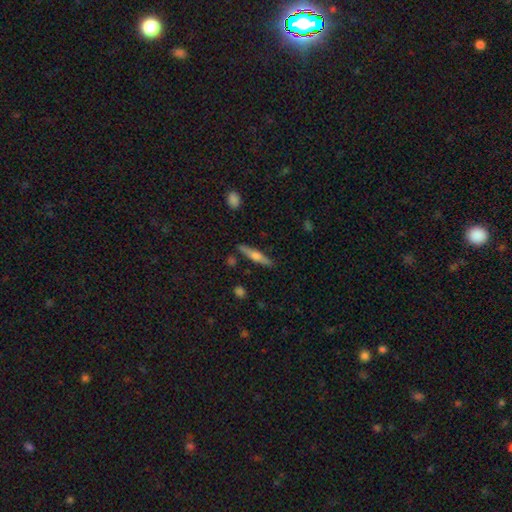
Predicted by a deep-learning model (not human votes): Smooth or featured? Predicted: featured or disk (p=0.53). Edge-on disk? Predicted: yes (p=0.96). Edge-on bulge? Predicted: rounded (p=0.87). Merging? Predicted: none (p=0.87).